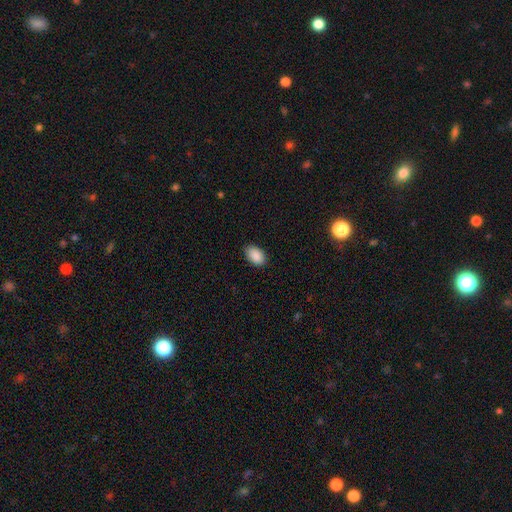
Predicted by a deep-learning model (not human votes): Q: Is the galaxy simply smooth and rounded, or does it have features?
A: smooth — 90%.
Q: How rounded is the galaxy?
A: in between — 91%.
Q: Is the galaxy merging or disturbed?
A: none — 83%.